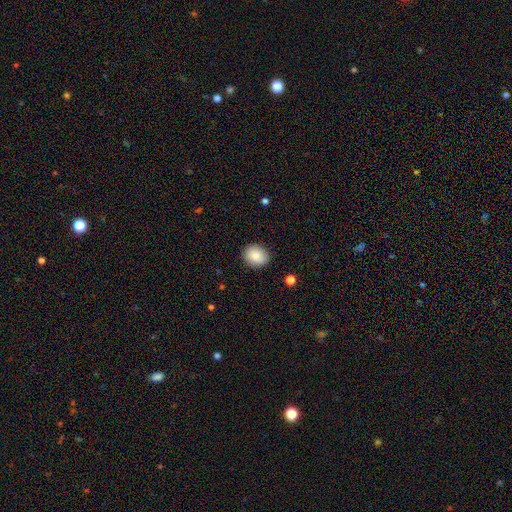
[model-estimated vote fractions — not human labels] This is clearly a smooth galaxy (84%). How rounded: likely round (65%). Merging: clearly none (88%).